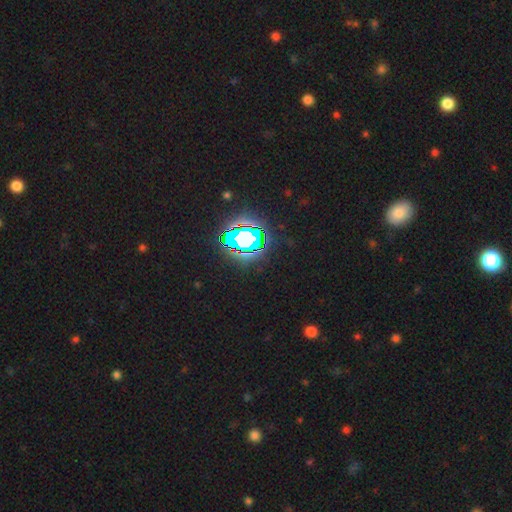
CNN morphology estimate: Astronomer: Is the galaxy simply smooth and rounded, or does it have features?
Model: star or artifact — 80%.